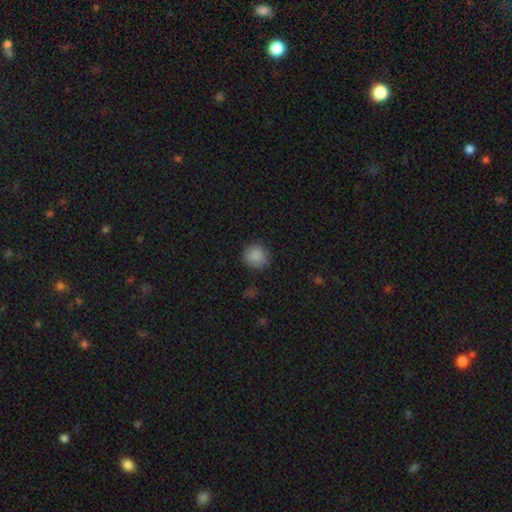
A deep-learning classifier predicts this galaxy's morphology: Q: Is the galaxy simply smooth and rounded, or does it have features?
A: smooth — 88%.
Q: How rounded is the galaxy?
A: round — 92%.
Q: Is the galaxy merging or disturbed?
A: none — 87%.